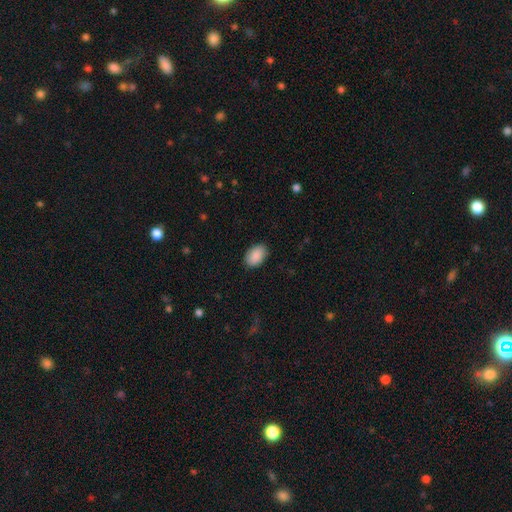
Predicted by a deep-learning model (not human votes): smooth_or_featured: smooth (p=0.90) [alt: star or artifact p=0.06]
how_rounded: in between (p=0.91) [alt: round p=0.08]
merging: none (p=0.88) [alt: minor disturbance p=0.09]